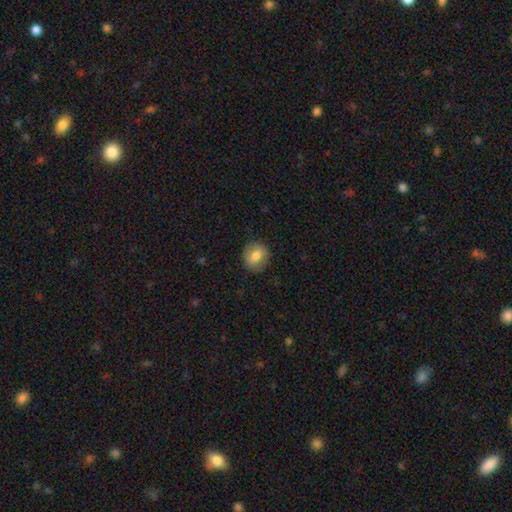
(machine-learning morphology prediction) Smooth or featured?
  - smooth: 73% *
  - featured or disk: 19%
  - star or artifact: 8%
How rounded?
  - round: 76% *
  - in between: 23%
  - cigar-shaped: 1%
Merging?
  - none: 85% *
  - minor disturbance: 11%
  - major disturbance: 3%
  - merger: 1%